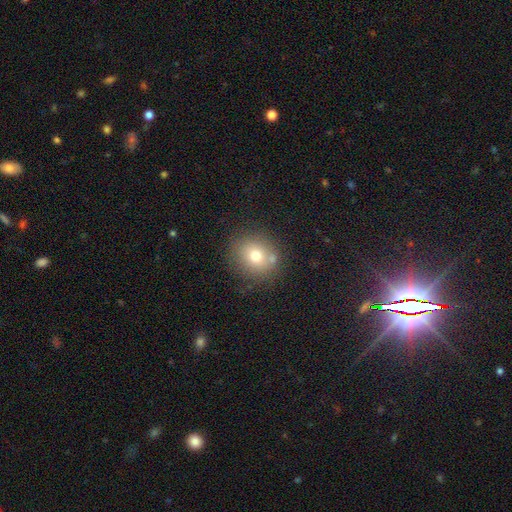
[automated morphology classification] The model was most divided on "how rounded": round: 77%, in between: 22%, cigar-shaped: 1%. More confident: merging — none (74%); smooth or featured — smooth (72%).